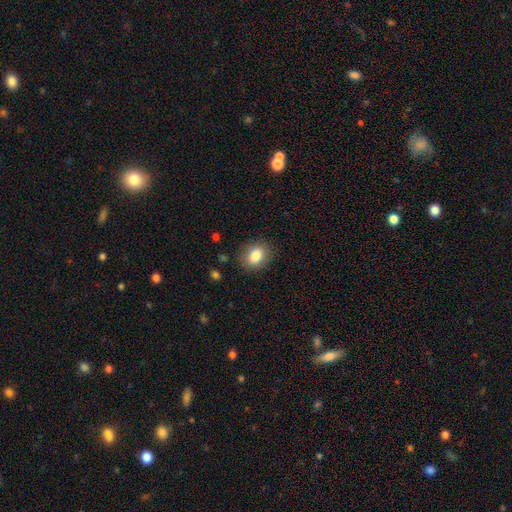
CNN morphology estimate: smooth_or_featured: smooth (p=0.83) [alt: star or artifact p=0.09]
how_rounded: in between (p=0.54) [alt: round p=0.45]
merging: none (p=0.86) [alt: minor disturbance p=0.10]